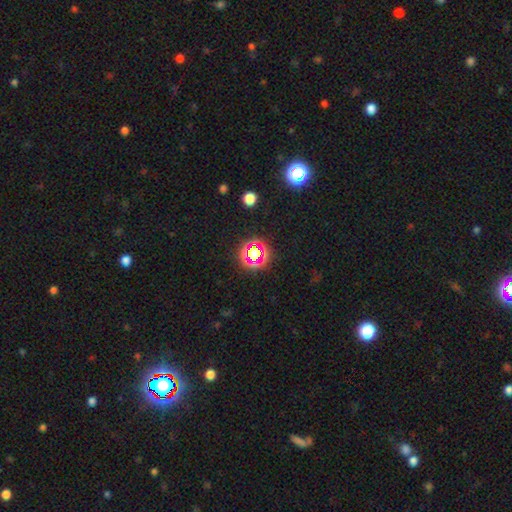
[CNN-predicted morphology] This appears to be a star or artifact, not a galaxy (63%).